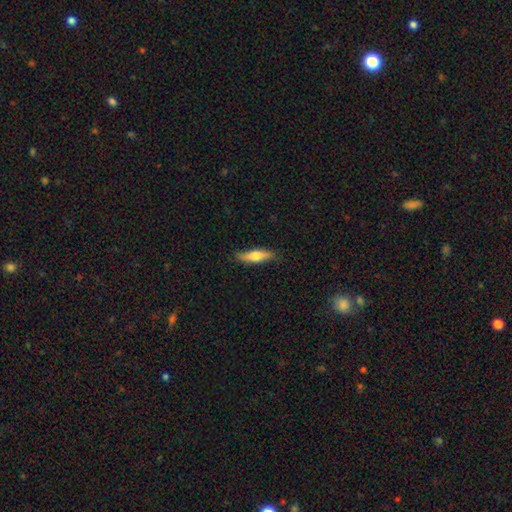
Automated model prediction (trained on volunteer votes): Smooth or featured? smooth (65%)
How rounded? cigar-shaped (64%)
Merging? none (85%)